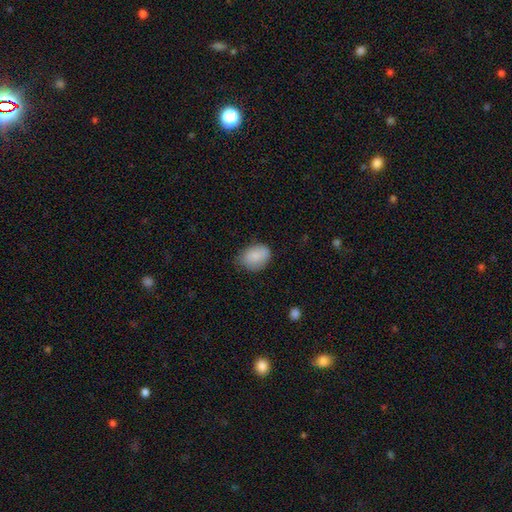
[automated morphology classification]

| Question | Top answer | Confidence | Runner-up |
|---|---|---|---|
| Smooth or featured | smooth | 87% | star or artifact (7%) |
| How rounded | in between | 73% | round (26%) |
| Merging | none | 63% | minor disturbance (30%) |